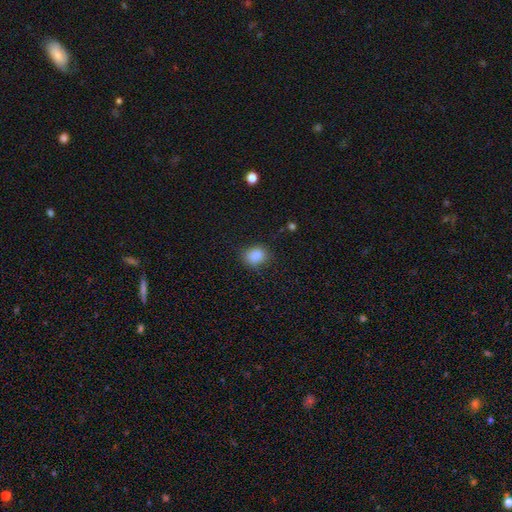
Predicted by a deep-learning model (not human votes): Q: Smooth or featured?
A: smooth (86%); runner-up: star or artifact (10%)
Q: How rounded?
A: round (50%); runner-up: in between (49%)
Q: Merging?
A: none (75%); runner-up: minor disturbance (18%)